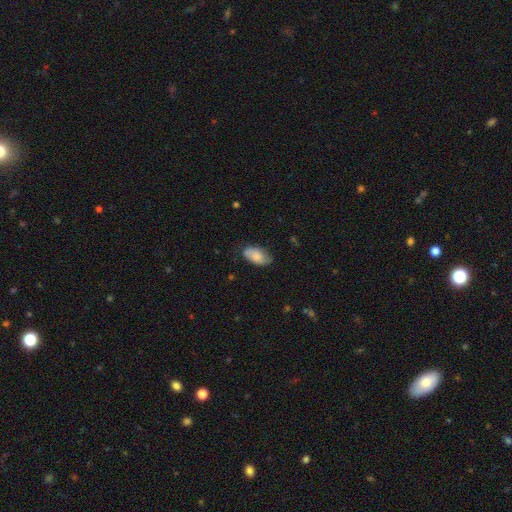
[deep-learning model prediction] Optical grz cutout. It shows a smooth galaxy with no disk features (76%) that is in between round and cigar-shaped (94%). Merging: none (71%).